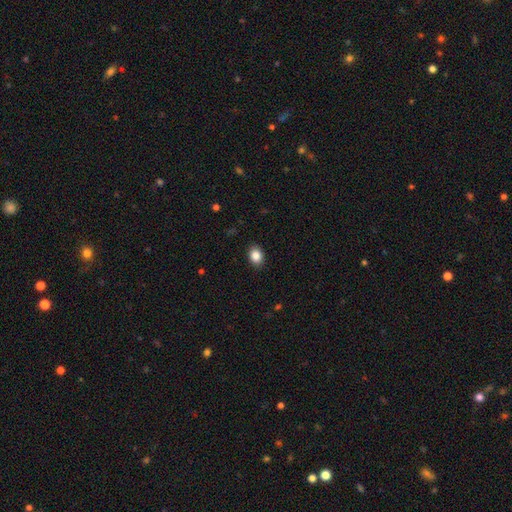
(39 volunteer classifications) smooth-or-featured: smooth: 92% | star or artifact: 5% | featured or disk: 3%
  how-rounded: in between: 58% | round: 42% | cigar-shaped: 0%
  merging: none: 92% | minor disturbance: 5% | major disturbance: 3% | merger: 0%